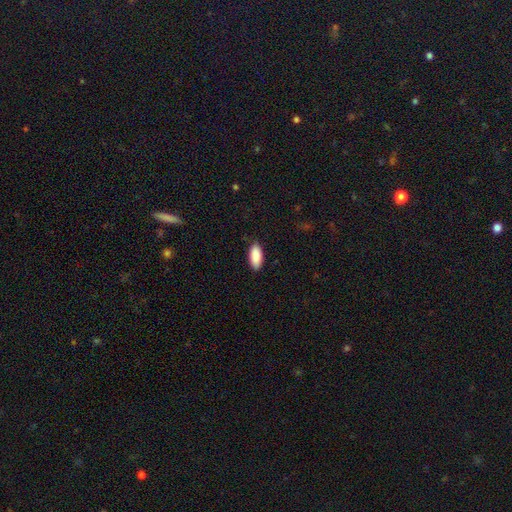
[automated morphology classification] Smooth or featured? Predicted: smooth (p=0.90). How rounded? Predicted: in between (p=0.89). Merging? Predicted: none (p=0.85).